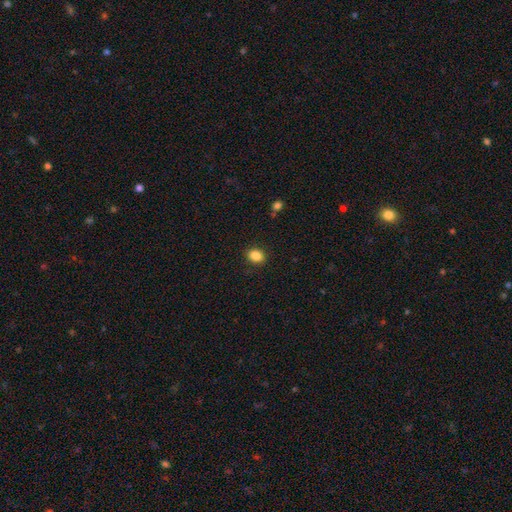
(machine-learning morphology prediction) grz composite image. It shows a smooth galaxy with no disk features (87%) that is in between round and cigar-shaped (57%). Merging: none (89%).